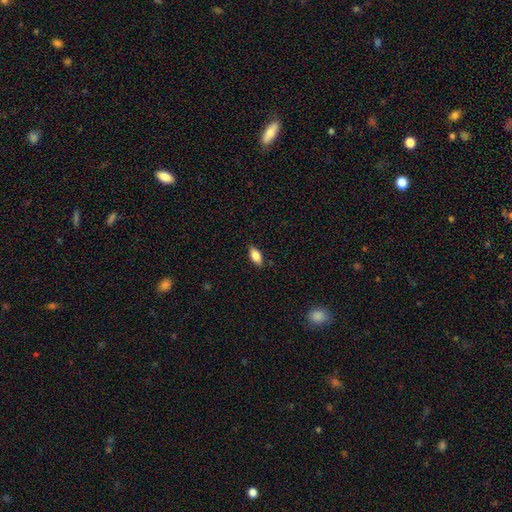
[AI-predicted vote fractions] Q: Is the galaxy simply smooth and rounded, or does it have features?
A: smooth — 83%.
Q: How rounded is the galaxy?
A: in between — 87%.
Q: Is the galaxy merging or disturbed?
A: none — 87%.